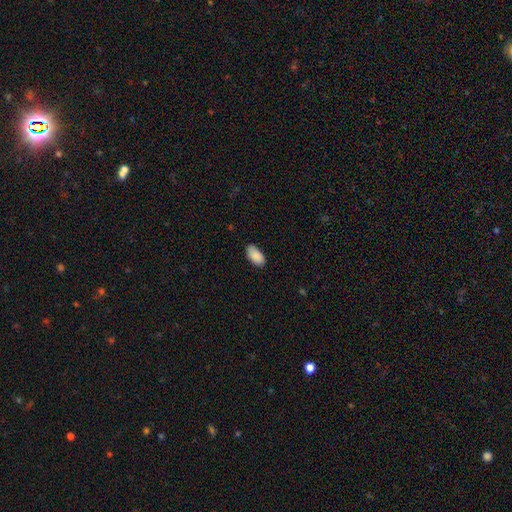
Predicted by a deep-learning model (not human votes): smooth_or_featured: smooth (p=0.89) [alt: star or artifact p=0.06]
how_rounded: in between (p=0.95) [alt: round p=0.03]
merging: none (p=0.81) [alt: minor disturbance p=0.15]